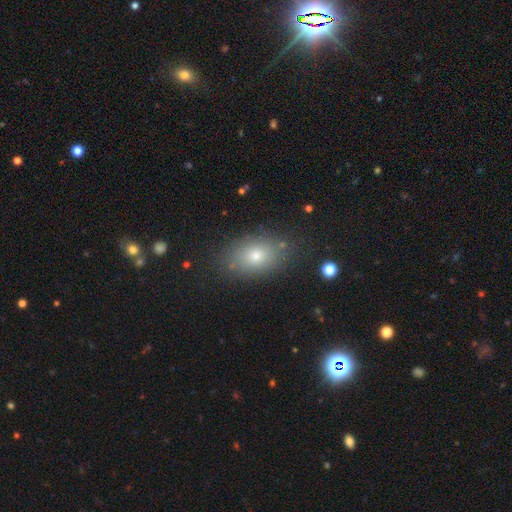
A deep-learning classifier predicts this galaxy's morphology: smooth-or-featured: smooth: 74% | star or artifact: 13% | featured or disk: 13%
  how-rounded: in between: 79% | round: 19% | cigar-shaped: 2%
  merging: none: 82% | minor disturbance: 11% | major disturbance: 4% | merger: 2%